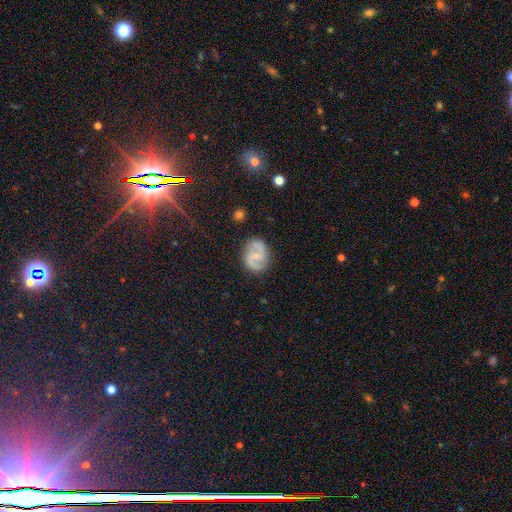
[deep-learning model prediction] Morphology: type=featured or disk (80%); edge-on=no (98%); bar=weak (48%); spiral arms=yes (95%); winding=medium (53%); arm count=2 (92%); bulge=small (44%); merging=none (82%).